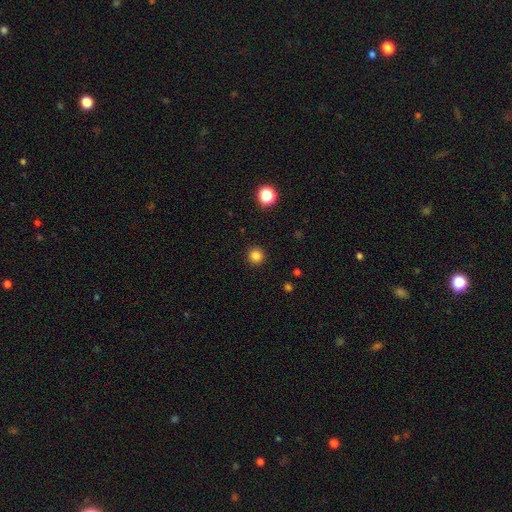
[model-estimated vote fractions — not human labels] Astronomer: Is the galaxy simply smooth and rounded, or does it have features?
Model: smooth — 83%.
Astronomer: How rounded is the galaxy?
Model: round — 95%.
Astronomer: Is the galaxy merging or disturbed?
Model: none — 92%.